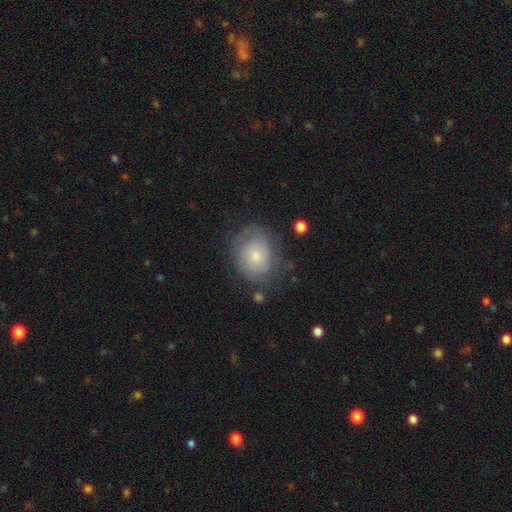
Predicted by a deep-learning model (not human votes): Overall: smooth (50%; featured or disk 42%). Merging: none (64%).